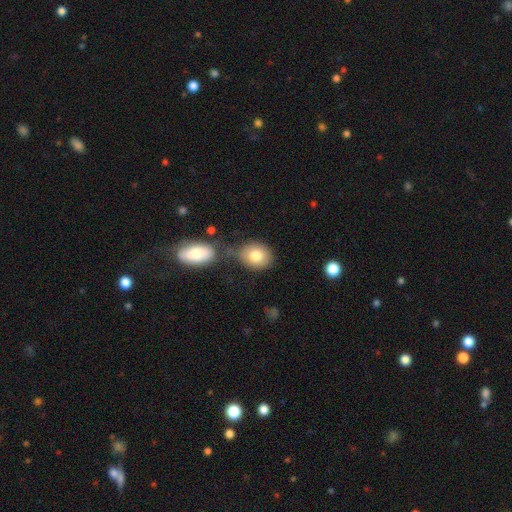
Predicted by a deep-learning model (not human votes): smooth-or-featured: smooth: 80% | featured or disk: 13% | star or artifact: 7%
  how-rounded: in between: 52% | round: 47% | cigar-shaped: 1%
  merging: none: 60% | merger: 18% | minor disturbance: 16% | major disturbance: 5%